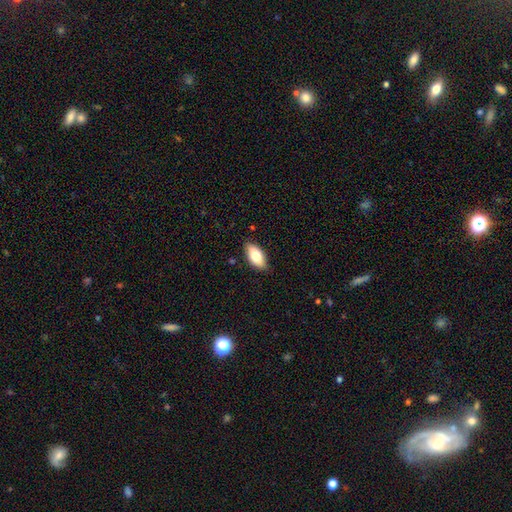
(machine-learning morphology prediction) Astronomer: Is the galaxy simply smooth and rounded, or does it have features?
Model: smooth — 77%.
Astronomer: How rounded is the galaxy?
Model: in between — 92%.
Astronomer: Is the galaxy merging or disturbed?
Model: none — 86%.